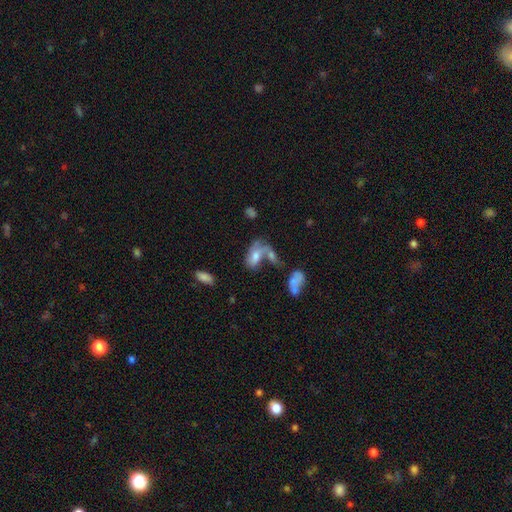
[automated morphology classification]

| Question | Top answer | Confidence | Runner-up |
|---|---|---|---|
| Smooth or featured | smooth | 57% | featured or disk (32%) |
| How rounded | in between | 87% | cigar-shaped (7%) |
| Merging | merger | 51% | none (21%) |